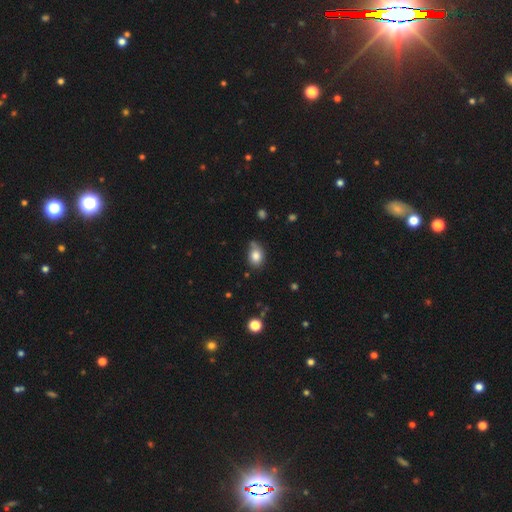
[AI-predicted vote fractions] Smooth or featured? Predicted: smooth (p=0.81). How rounded? Predicted: in between (p=0.69). Merging? Predicted: none (p=0.58).